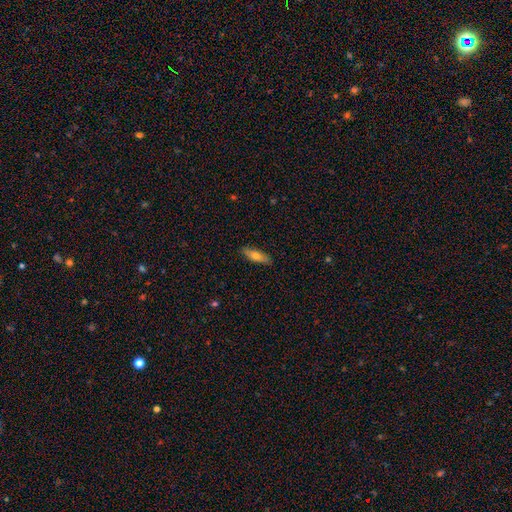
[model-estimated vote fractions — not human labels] A smooth galaxy with no disk features (69%) that is in between round and cigar-shaped (53%). Merging: none (87%).